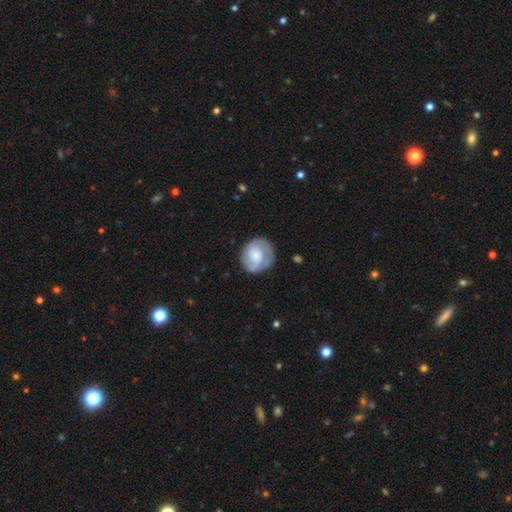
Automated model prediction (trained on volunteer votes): Q: Smooth or featured?
A: featured or disk (54%); runner-up: smooth (40%)
Q: Edge-on disk?
A: no (98%); runner-up: yes (2%)
Q: Bar?
A: no (73%); runner-up: weak (23%)
Q: Spiral arms?
A: yes (80%); runner-up: no (20%)
Q: Bulge size?
A: moderate (34%); runner-up: small (30%)
Q: Merging?
A: none (72%); runner-up: minor disturbance (18%)